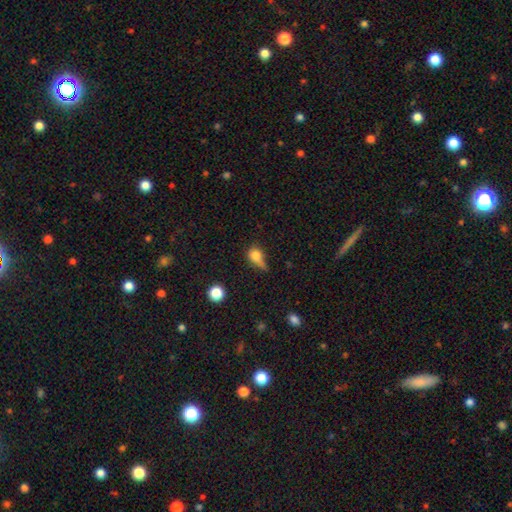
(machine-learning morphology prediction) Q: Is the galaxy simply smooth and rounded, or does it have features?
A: smooth — 73%.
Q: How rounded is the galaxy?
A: round — 58%.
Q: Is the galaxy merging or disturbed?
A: none — 34%.